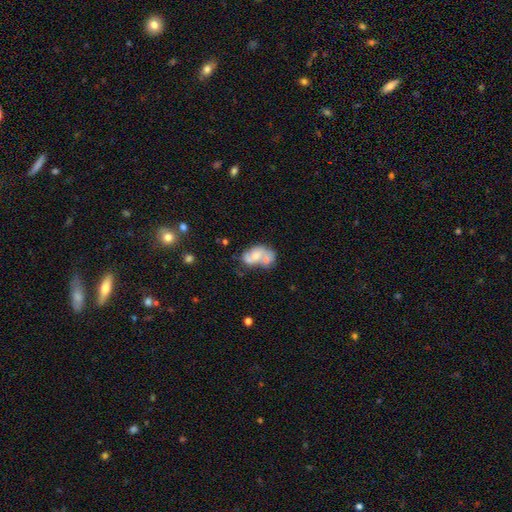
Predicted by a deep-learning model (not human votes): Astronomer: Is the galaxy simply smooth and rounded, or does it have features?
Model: smooth — 50% (runner-up: featured or disk, 42%).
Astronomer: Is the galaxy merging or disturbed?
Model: merger — 64%.